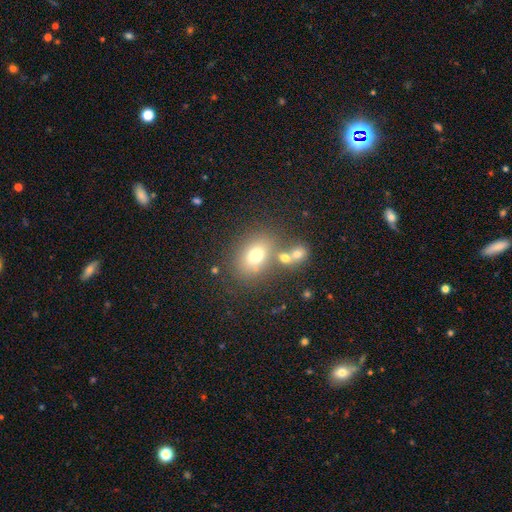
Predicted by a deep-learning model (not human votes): A smooth galaxy with no disk features (71%) that is in between round and cigar-shaped (69%). Merging: none (63%).